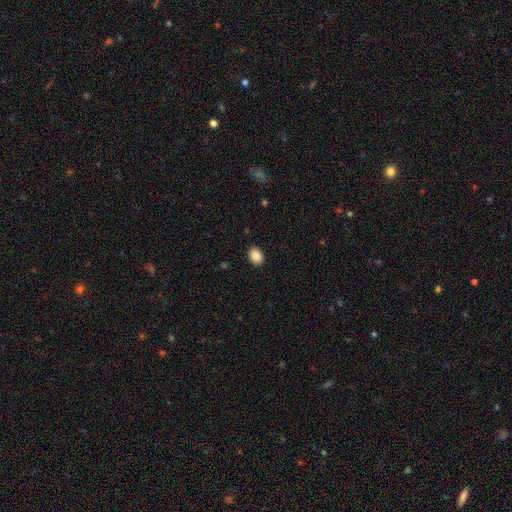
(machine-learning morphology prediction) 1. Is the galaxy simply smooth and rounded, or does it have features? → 89% smooth, 8% star or artifact, 3% featured or disk.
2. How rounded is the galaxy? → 68% in between, 31% round, 1% cigar-shaped.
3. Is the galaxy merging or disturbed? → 89% none, 8% minor disturbance, 2% major disturbance, 1% merger.